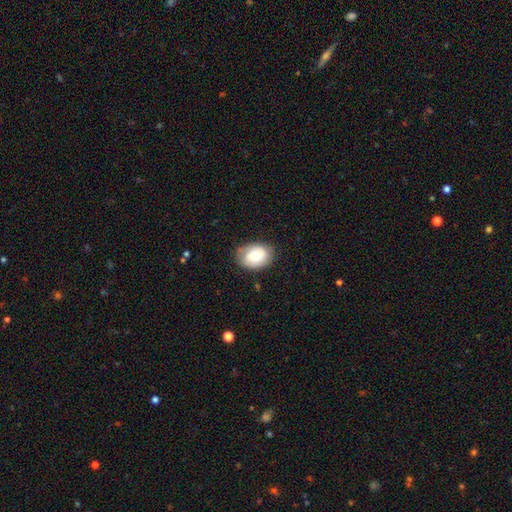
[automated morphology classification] Smooth or featured? Predicted: smooth (p=0.69). How rounded? Predicted: in between (p=0.75). Merging? Predicted: none (p=0.73).